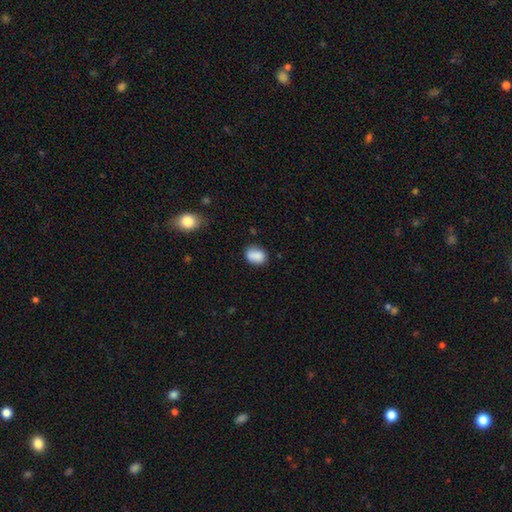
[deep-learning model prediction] Smooth or featured?
  - smooth: 85% *
  - star or artifact: 9%
  - featured or disk: 6%
How rounded?
  - in between: 63% *
  - round: 36%
  - cigar-shaped: 1%
Merging?
  - none: 69% *
  - minor disturbance: 21%
  - merger: 5%
  - major disturbance: 5%